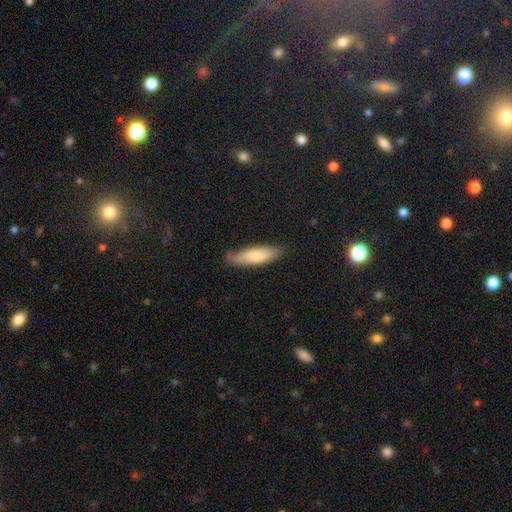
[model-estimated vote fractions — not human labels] Morphology: type=smooth (74%); roundness=cigar-shaped (52%); merging=none (72%).